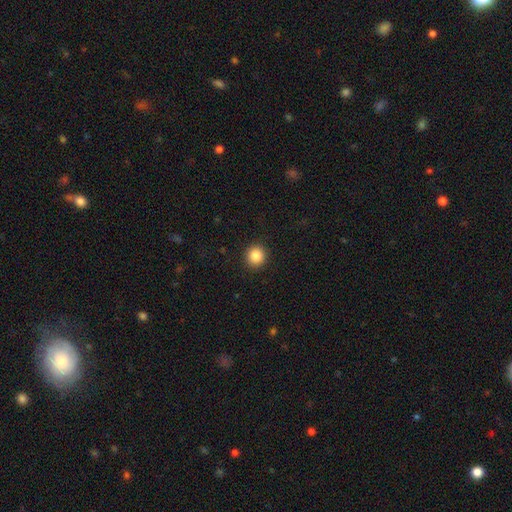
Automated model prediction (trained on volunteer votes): Overall: smooth (86%). How rounded: round (92%). Merging: none (92%).